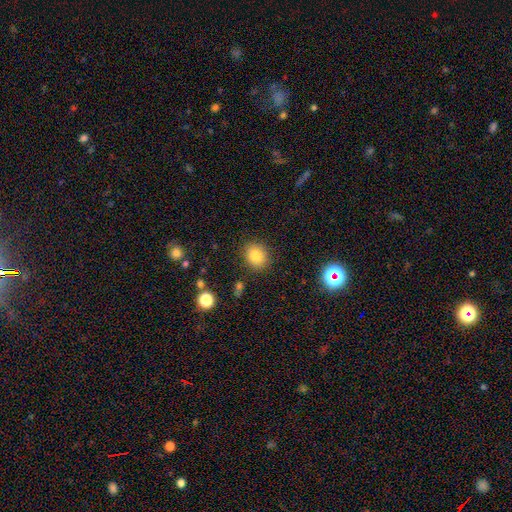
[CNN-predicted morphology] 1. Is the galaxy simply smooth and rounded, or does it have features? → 81% smooth, 11% star or artifact, 7% featured or disk.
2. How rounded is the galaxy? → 72% round, 27% in between, 1% cigar-shaped.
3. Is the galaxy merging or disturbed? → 87% none, 8% minor disturbance, 3% major disturbance, 2% merger.